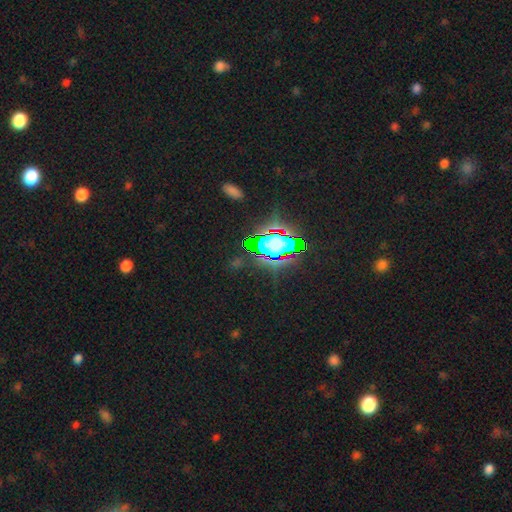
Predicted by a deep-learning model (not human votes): A star or artifact, not a galaxy (83%).